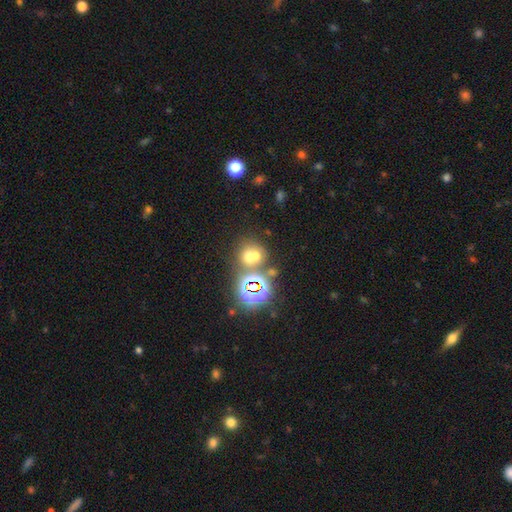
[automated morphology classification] Q: Smooth or featured?
A: smooth (54%); runner-up: star or artifact (31%)
Q: How rounded?
A: round (78%); runner-up: in between (21%)
Q: Merging?
A: none (46%); runner-up: merger (41%)